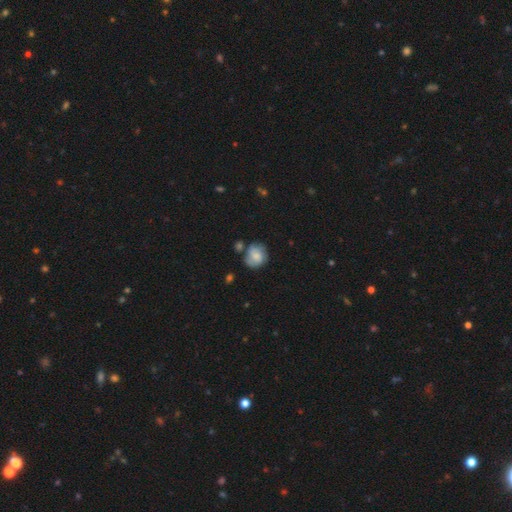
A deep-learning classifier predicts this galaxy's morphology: Smooth or featured? smooth (49%)
Merging? none (58%)